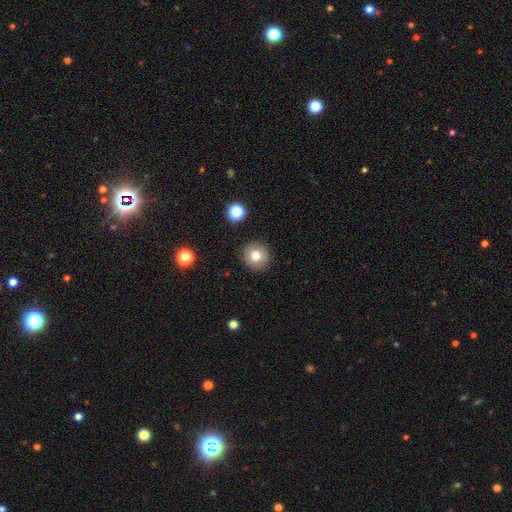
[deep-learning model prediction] smooth_or_featured: smooth (p=0.75) [alt: featured or disk p=0.13]
how_rounded: round (p=0.95) [alt: in between p=0.04]
merging: none (p=0.91) [alt: minor disturbance p=0.05]